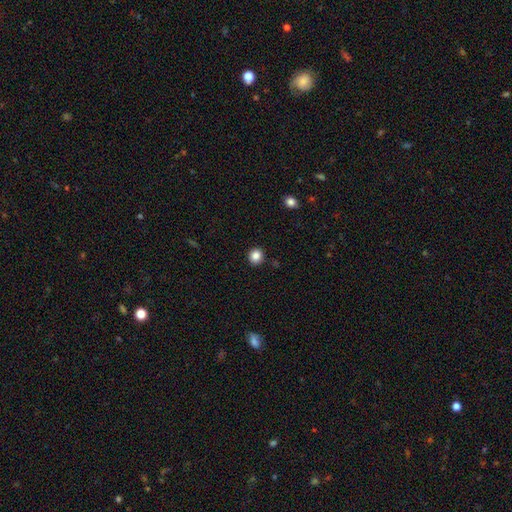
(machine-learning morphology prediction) Overall: smooth (85%). How rounded: round (88%). Merging: none (92%).